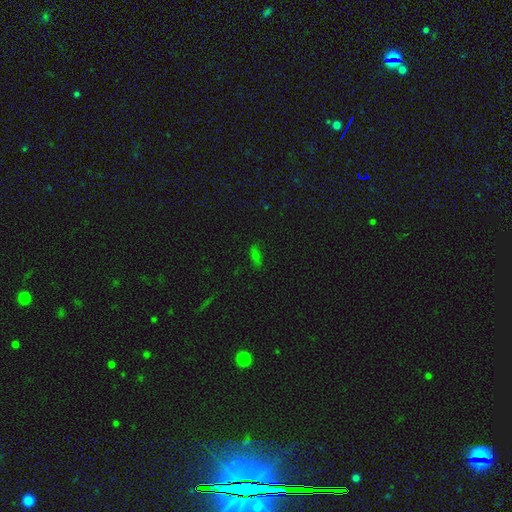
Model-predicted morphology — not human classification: smooth 57%, star or artifact 23%, featured or disk 20%. Down the decision tree: how rounded — in between (71%); merging — none (79%).